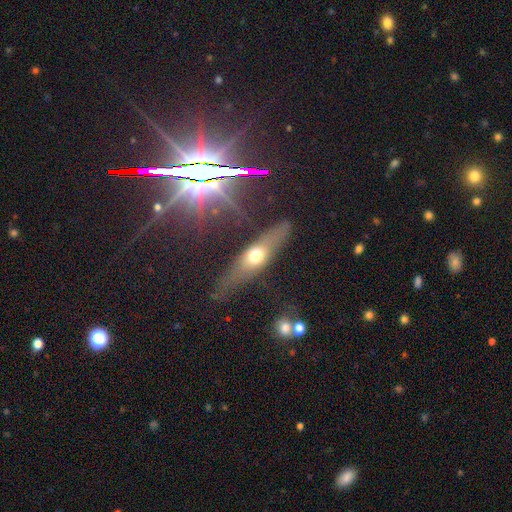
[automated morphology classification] This is possibly a featured or disk galaxy (45%, tied with smooth). Merging: likely none (70%).